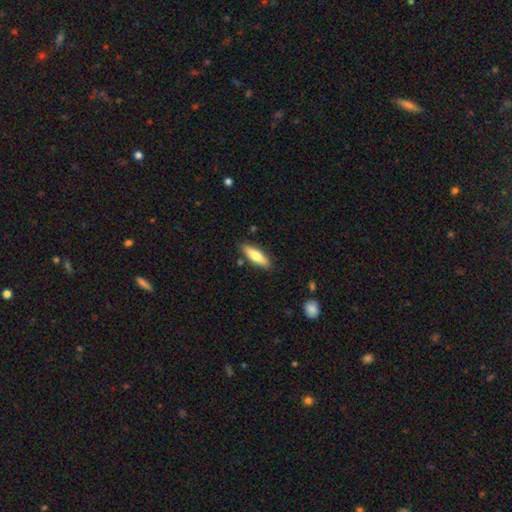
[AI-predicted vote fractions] A smooth galaxy with no disk features (71%) that is cigar-shaped (56%). Merging: none (85%).